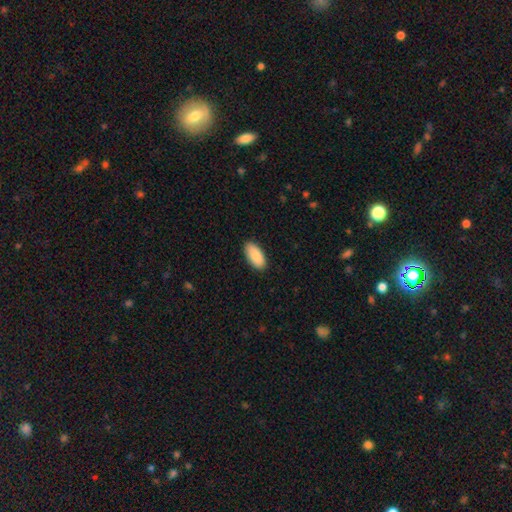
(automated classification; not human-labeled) A smooth galaxy with no disk features (88%) that is in between round and cigar-shaped (92%). Merging: none (89%).